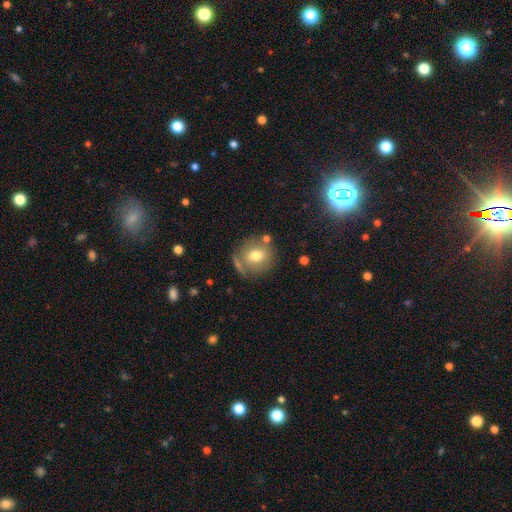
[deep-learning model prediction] Smooth or featured: smooth — 68% (featured or disk — 22%)
How rounded: round — 84% (in between — 15%)
Merging: none — 70% (minor disturbance — 15%)